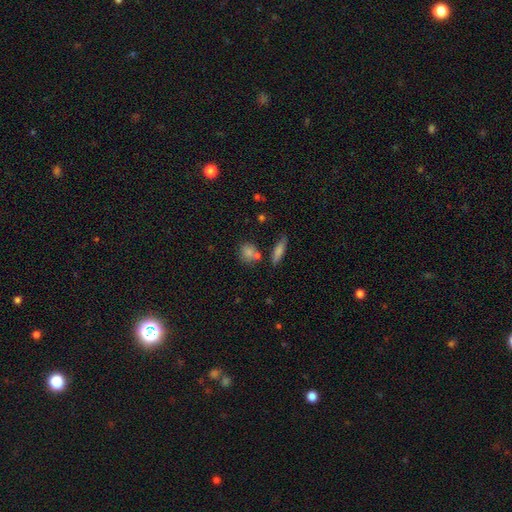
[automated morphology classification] A smooth galaxy with no disk features (60%) that is round (48%).

Vote fractions:
- Smooth or featured? smooth: 60% / star or artifact: 24% / featured or disk: 16%
- How rounded? round: 48% / in between: 32% / cigar-shaped: 20%
- Merging? none: 72% / merger: 15% / minor disturbance: 10% / major disturbance: 4%